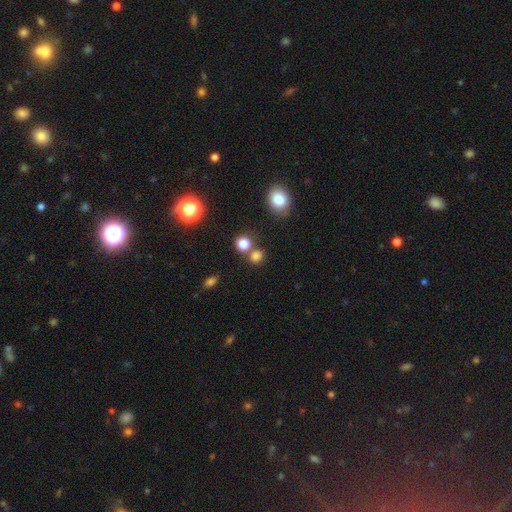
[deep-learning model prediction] Smooth or featured?
  - smooth: 79% *
  - star or artifact: 16%
  - featured or disk: 5%
How rounded?
  - round: 79% *
  - in between: 19%
  - cigar-shaped: 1%
Merging?
  - none: 64% *
  - merger: 23%
  - minor disturbance: 9%
  - major disturbance: 4%